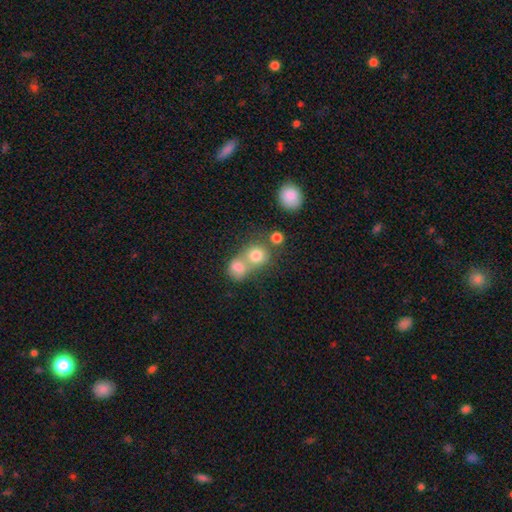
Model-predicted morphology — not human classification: Smooth or featured: smooth — 77% (star or artifact — 13%)
How rounded: round — 83% (in between — 16%)
Merging: merger — 51% (none — 39%)